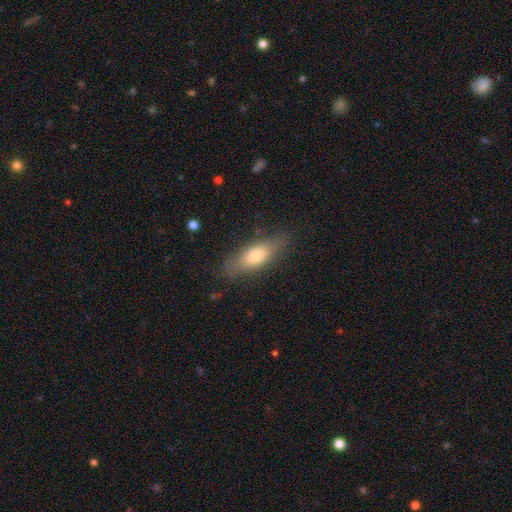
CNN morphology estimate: type=smooth (70%); roundness=in between (65%); merging=none (78%).